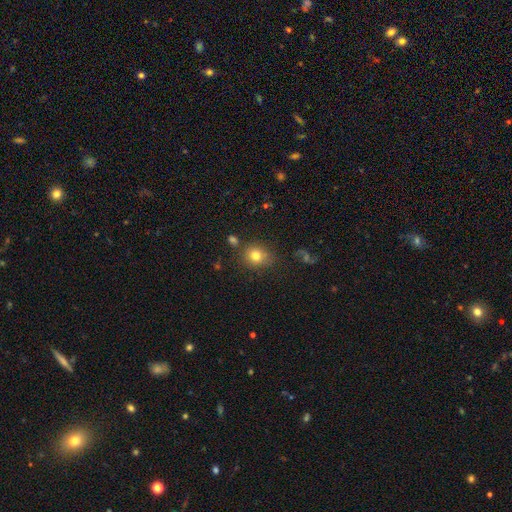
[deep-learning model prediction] A smooth galaxy with no disk features (78%) that is round (77%).

Vote fractions:
- Smooth or featured? smooth: 78% / star or artifact: 13% / featured or disk: 9%
- How rounded? round: 77% / in between: 22% / cigar-shaped: 1%
- Merging? none: 78% / minor disturbance: 13% / merger: 5% / major disturbance: 4%